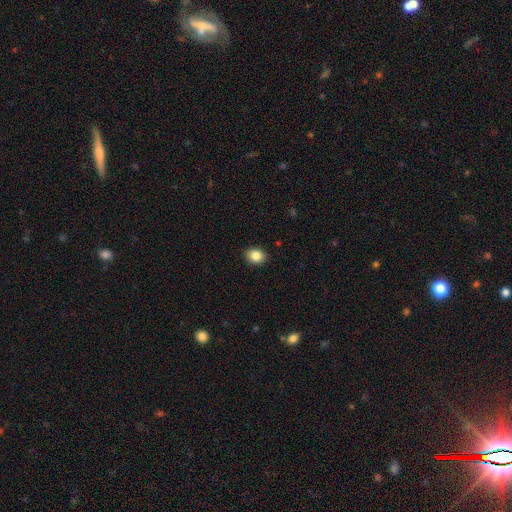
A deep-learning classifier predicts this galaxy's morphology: smooth 85%, star or artifact 9%, featured or disk 5%. Down the decision tree: how rounded — in between (50%); merging — none (89%).